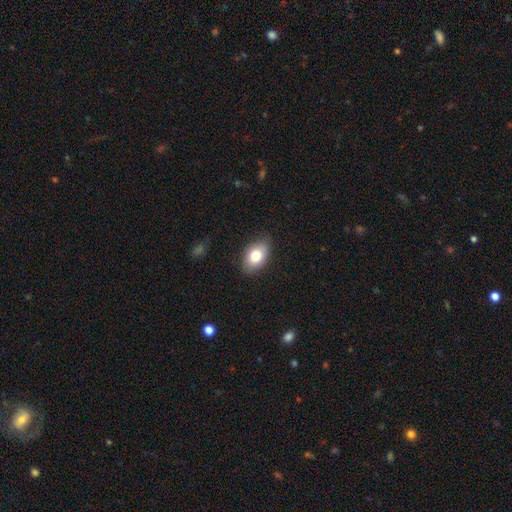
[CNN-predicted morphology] Overall: smooth (80%). How rounded: in between (89%). Merging: none (80%).